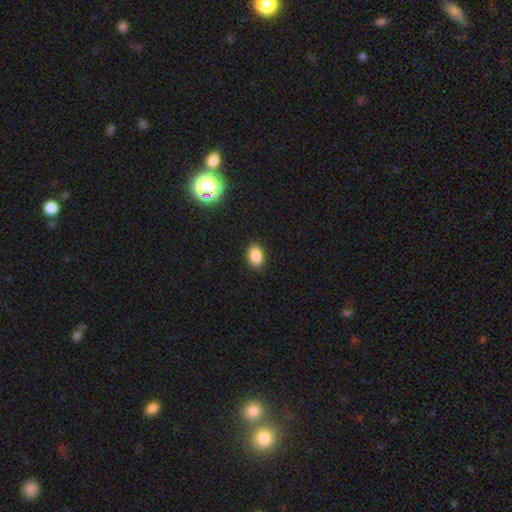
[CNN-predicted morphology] type=smooth (86%); roundness=in between (88%); merging=none (88%).